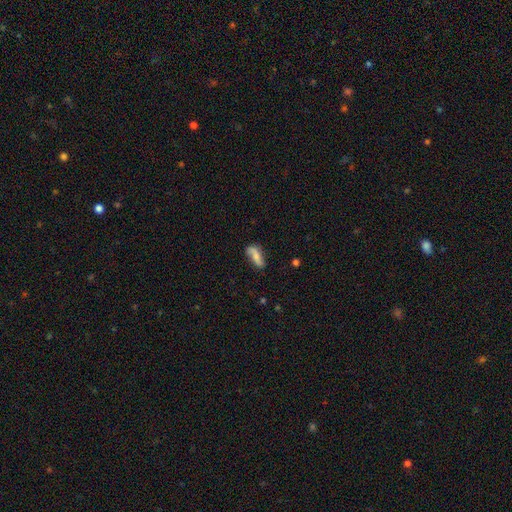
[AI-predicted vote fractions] Smooth or featured? Predicted: smooth (p=0.53). How rounded? Predicted: in between (p=0.66). Merging? Predicted: none (p=0.65).